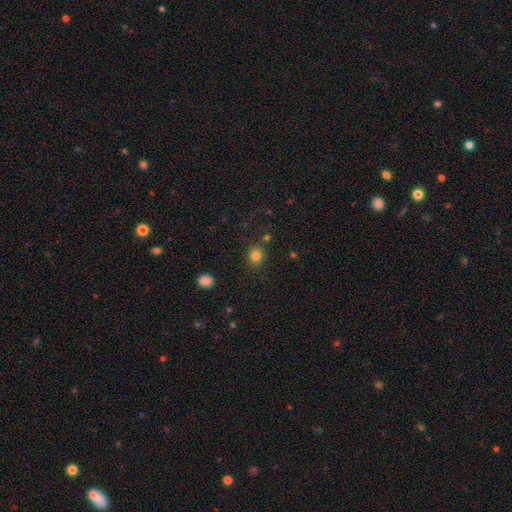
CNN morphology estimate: The model was most divided on "how rounded": round: 76%, in between: 23%, cigar-shaped: 1%. More confident: merging — none (84%); smooth or featured — smooth (81%).